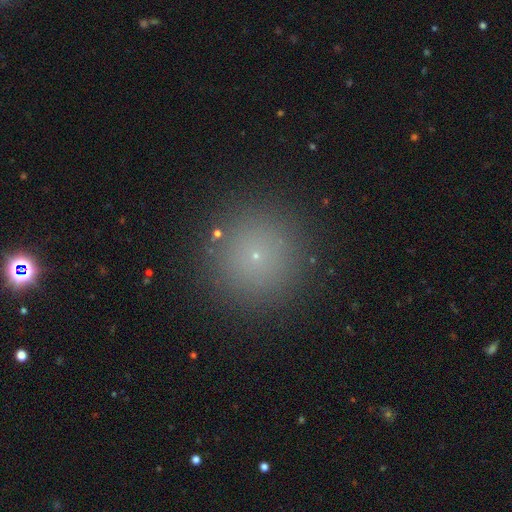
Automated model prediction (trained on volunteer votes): A smooth galaxy with no disk features (69%) that is round (96%).

Vote fractions:
- Smooth or featured? smooth: 69% / star or artifact: 22% / featured or disk: 9%
- How rounded? round: 96% / in between: 3% / cigar-shaped: 1%
- Merging? none: 91% / minor disturbance: 5% / major disturbance: 2% / merger: 1%